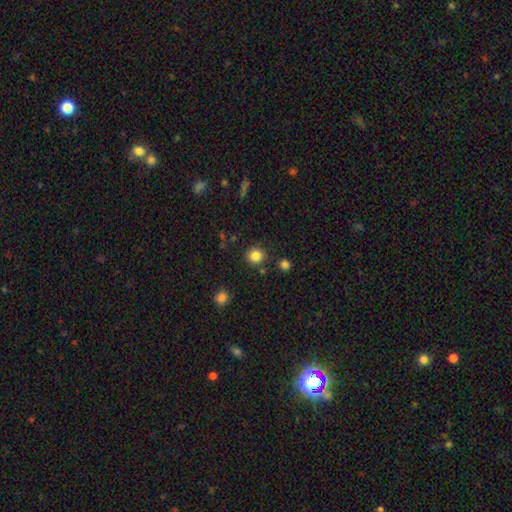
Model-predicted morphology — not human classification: This appears to be a smooth galaxy with no disk features (84%) that is round (92%). Merging: none (87%).